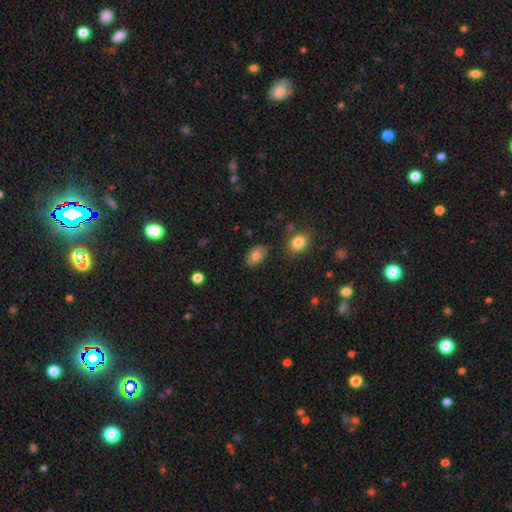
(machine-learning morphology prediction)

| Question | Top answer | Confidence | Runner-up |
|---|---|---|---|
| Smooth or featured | smooth | 78% | featured or disk (14%) |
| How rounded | in between | 89% | round (9%) |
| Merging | none | 82% | minor disturbance (13%) |